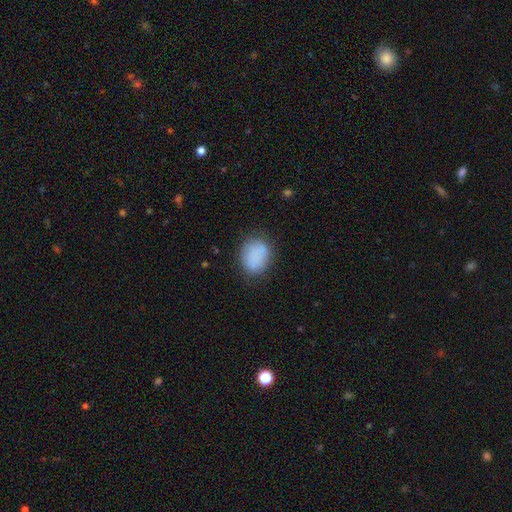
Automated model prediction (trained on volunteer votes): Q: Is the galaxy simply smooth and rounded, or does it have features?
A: smooth — 82%.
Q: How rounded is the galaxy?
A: in between — 55%.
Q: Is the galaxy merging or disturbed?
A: none — 71%.